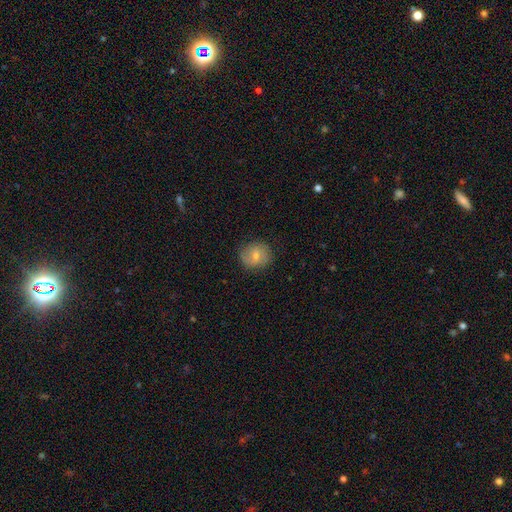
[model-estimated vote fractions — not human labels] Overall: smooth (64%; featured or disk 28%). How rounded: round (79%). Merging: none (81%).